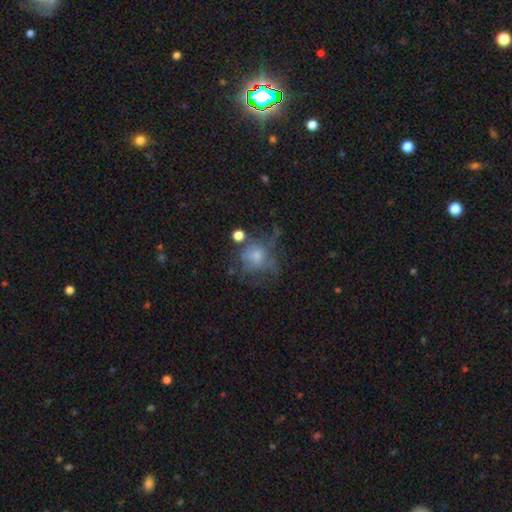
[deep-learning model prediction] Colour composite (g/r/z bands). It shows a smooth galaxy with no disk features (46%). Merging: major disturbance (37%).